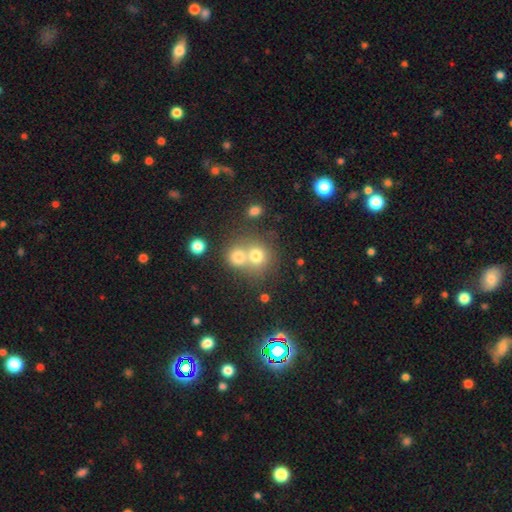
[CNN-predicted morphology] Overall: smooth (73%). How rounded: round (82%). Merging: merger (52%; none 38%).